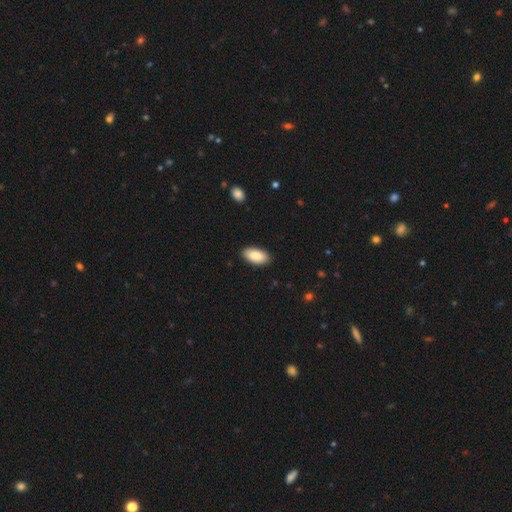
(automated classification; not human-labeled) smooth 88%, featured or disk 7%, star or artifact 6%. Down the decision tree: how rounded — in between (94%); merging — none (89%).